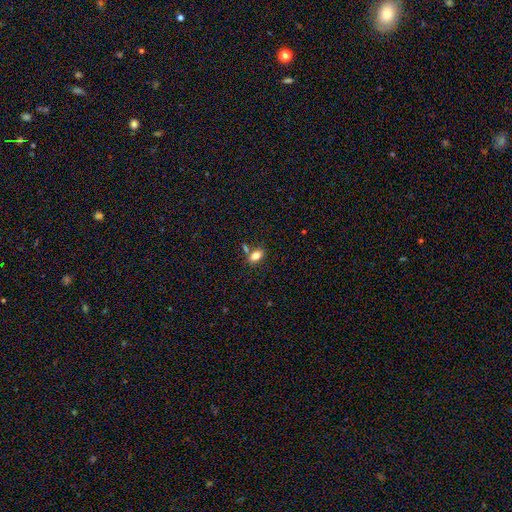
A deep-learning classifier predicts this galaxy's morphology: This appears to be a smooth galaxy with no disk features (80%) that is in between round and cigar-shaped (84%). Merging: none (66%).